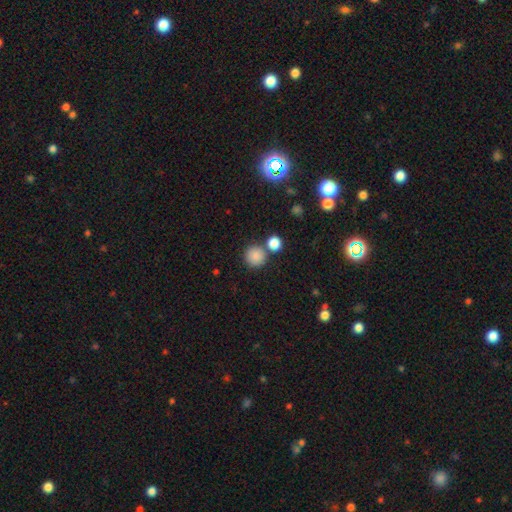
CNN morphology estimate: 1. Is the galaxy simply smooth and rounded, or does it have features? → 85% smooth, 10% star or artifact, 5% featured or disk.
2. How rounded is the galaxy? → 93% round, 6% in between, 1% cigar-shaped.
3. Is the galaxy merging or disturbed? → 73% none, 16% merger, 8% minor disturbance, 3% major disturbance.